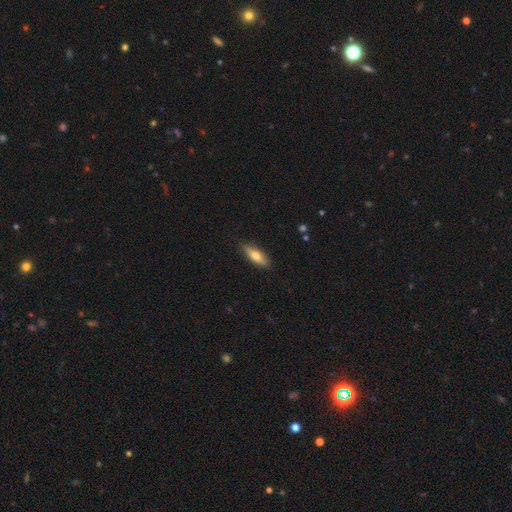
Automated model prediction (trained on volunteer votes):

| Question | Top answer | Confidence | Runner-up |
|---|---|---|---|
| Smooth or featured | smooth | 67% | featured or disk (27%) |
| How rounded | in between | 51% | cigar-shaped (46%) |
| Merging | none | 87% | minor disturbance (10%) |